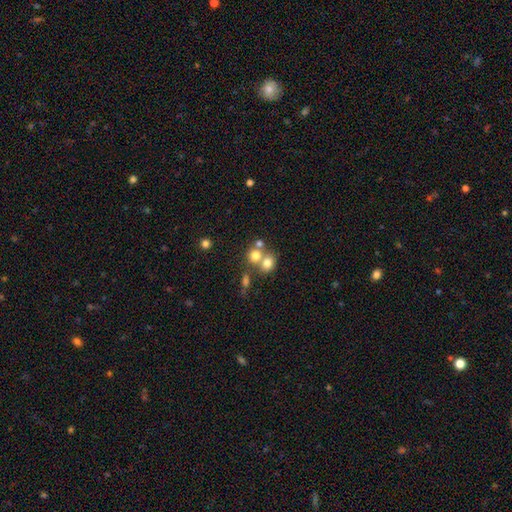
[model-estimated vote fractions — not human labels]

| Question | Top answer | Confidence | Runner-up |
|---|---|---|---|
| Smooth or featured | smooth | 73% | featured or disk (14%) |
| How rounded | round | 78% | in between (21%) |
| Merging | merger | 47% | none (42%) |